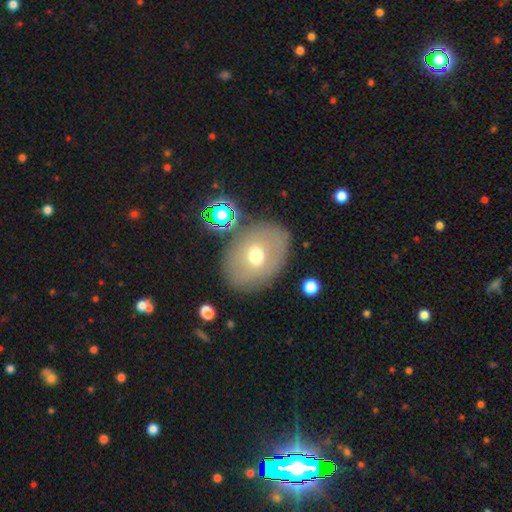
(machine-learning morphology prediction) Smooth or featured: smooth — 56% (featured or disk — 33%)
How rounded: in between — 65% (round — 34%)
Merging: none — 78% (minor disturbance — 12%)